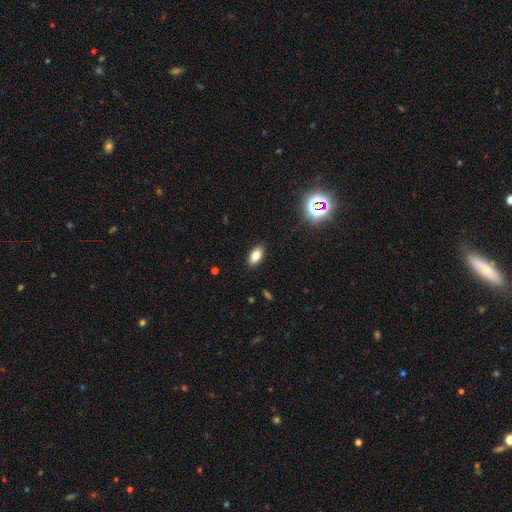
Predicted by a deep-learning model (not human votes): Smooth or featured: smooth — 80% (star or artifact — 11%)
How rounded: in between — 90% (cigar-shaped — 5%)
Merging: none — 89% (minor disturbance — 8%)